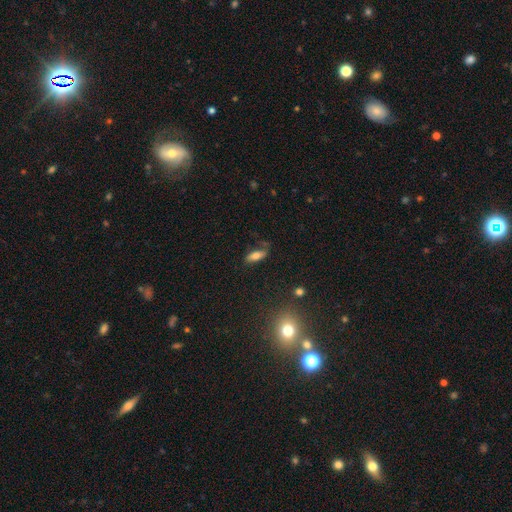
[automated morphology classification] Q: Smooth or featured?
A: smooth (72%); runner-up: featured or disk (19%)
Q: How rounded?
A: in between (65%); runner-up: cigar-shaped (32%)
Q: Merging?
A: none (70%); runner-up: minor disturbance (21%)